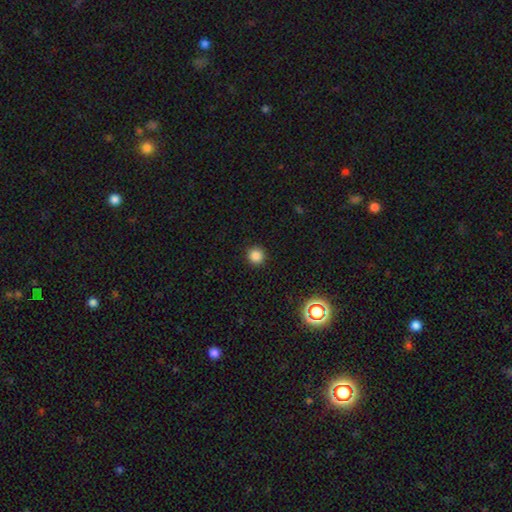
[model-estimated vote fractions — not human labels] Q: Smooth or featured?
A: smooth (85%); runner-up: star or artifact (12%)
Q: How rounded?
A: round (94%); runner-up: in between (5%)
Q: Merging?
A: none (92%); runner-up: minor disturbance (5%)